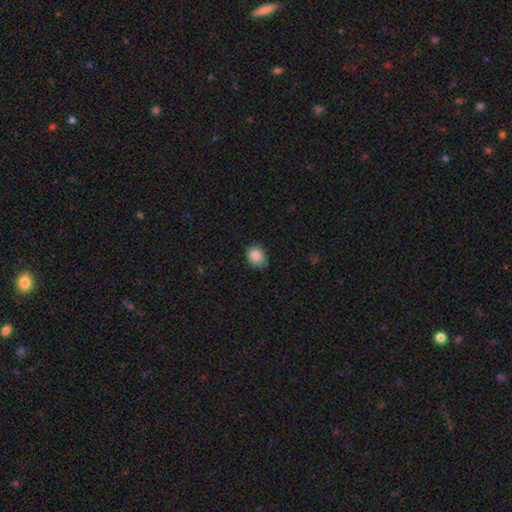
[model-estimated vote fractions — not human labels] The model was most divided on "how rounded": round: 58%, in between: 41%, cigar-shaped: 1%. More confident: smooth or featured — smooth (87%); merging — none (77%).